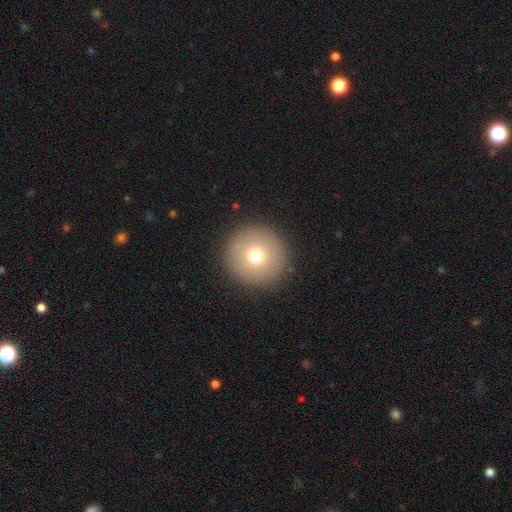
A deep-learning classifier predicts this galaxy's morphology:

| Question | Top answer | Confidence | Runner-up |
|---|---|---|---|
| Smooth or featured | smooth | 73% | featured or disk (16%) |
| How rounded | round | 96% | in between (3%) |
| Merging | none | 92% | minor disturbance (5%) |